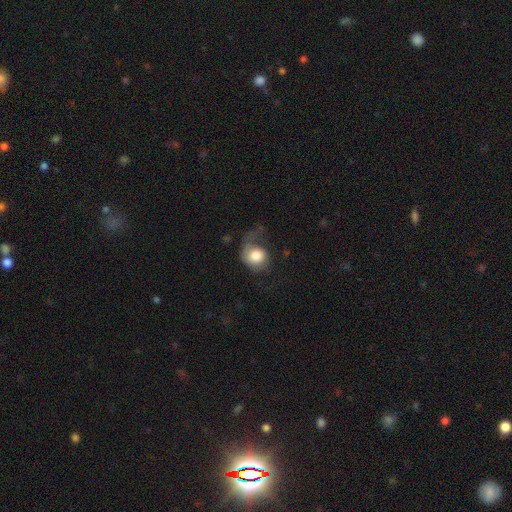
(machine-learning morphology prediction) smooth-or-featured: smooth: 68% | featured or disk: 25% | star or artifact: 7%
  how-rounded: round: 72% | in between: 27% | cigar-shaped: 1%
  merging: major disturbance: 47% | none: 28% | minor disturbance: 23% | merger: 3%